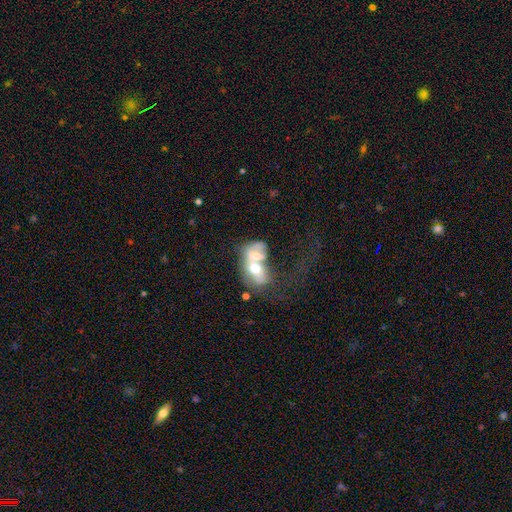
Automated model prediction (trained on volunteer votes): The model was most divided on "smooth or featured": smooth: 52%, featured or disk: 40%, star or artifact: 9%. More confident: merging — merger (76%); how rounded — in between (71%).